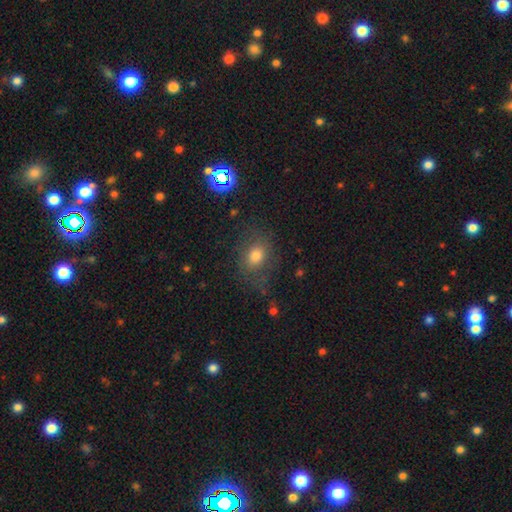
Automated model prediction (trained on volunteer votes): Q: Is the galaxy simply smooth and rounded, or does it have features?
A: smooth — 70%.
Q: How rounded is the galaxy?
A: in between — 52%.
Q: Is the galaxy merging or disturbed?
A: none — 65%.